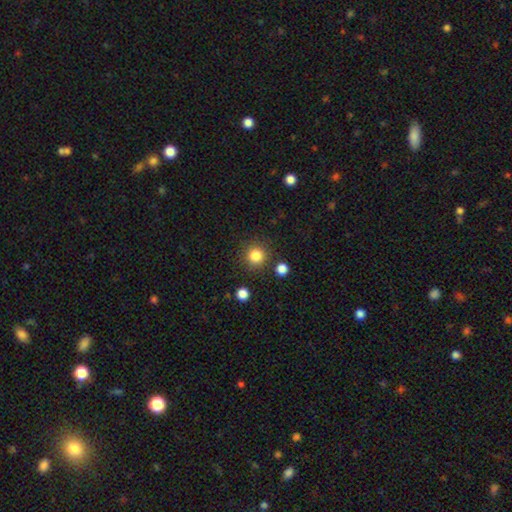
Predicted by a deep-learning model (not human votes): Q: Smooth or featured?
A: smooth (84%); runner-up: star or artifact (12%)
Q: How rounded?
A: round (94%); runner-up: in between (5%)
Q: Merging?
A: none (86%); runner-up: minor disturbance (7%)